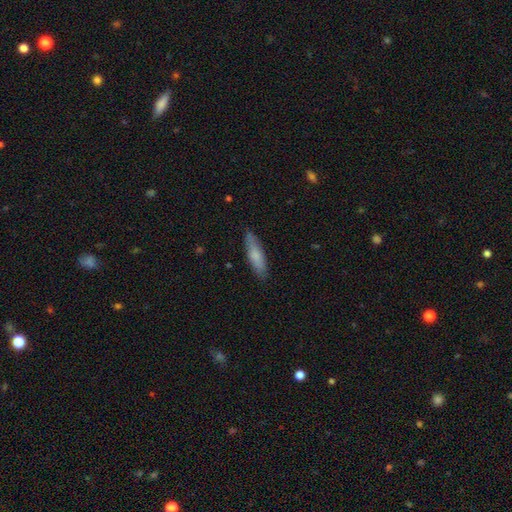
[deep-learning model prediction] Q: Smooth or featured?
A: smooth (73%); runner-up: featured or disk (22%)
Q: How rounded?
A: cigar-shaped (68%); runner-up: in between (31%)
Q: Merging?
A: none (85%); runner-up: minor disturbance (12%)